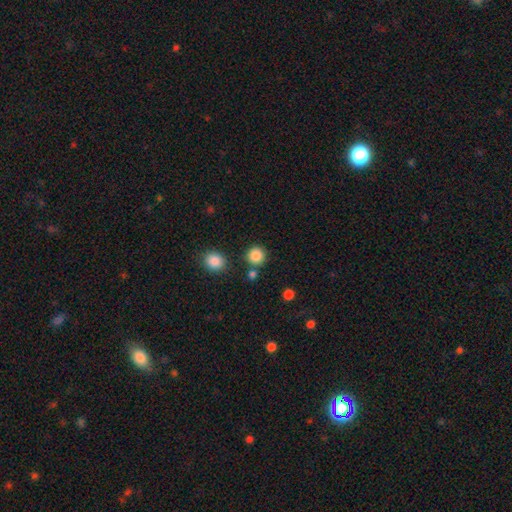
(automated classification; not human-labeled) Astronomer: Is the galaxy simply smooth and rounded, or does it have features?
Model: smooth — 86%.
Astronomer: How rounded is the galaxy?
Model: round — 93%.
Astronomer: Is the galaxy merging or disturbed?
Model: none — 82%.